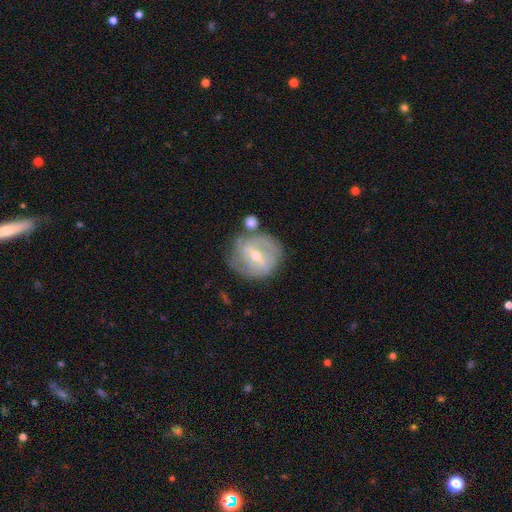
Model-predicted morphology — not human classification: Smooth or featured? featured or disk (74%)
Edge-on disk? no (96%)
Bar? weak (51%)
Spiral arms? yes (80%)
Spiral winding? tight (50%)
Spiral arm count? 2 (44%)
Bulge size? moderate (50%)
Merging? none (66%)